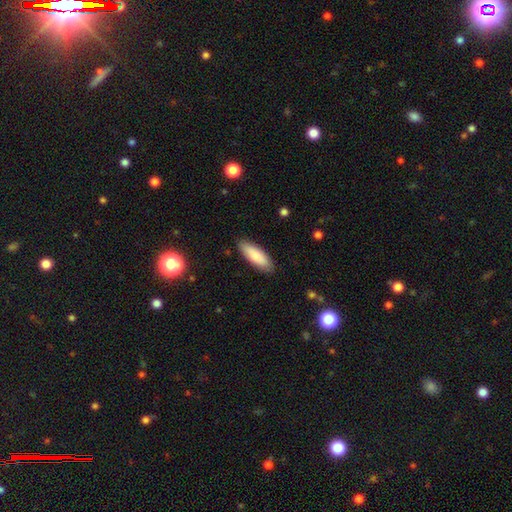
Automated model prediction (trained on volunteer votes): Smooth or featured?
  - smooth: 83% *
  - featured or disk: 11%
  - star or artifact: 6%
How rounded?
  - in between: 61% *
  - cigar-shaped: 37%
  - round: 2%
Merging?
  - none: 88% *
  - minor disturbance: 9%
  - major disturbance: 2%
  - merger: 1%